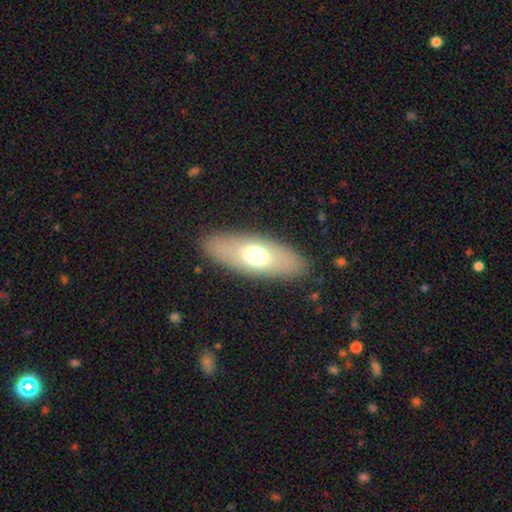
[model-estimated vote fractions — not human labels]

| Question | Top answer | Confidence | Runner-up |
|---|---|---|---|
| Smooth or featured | smooth | 62% | featured or disk (30%) |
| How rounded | in between | 78% | cigar-shaped (18%) |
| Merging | none | 86% | minor disturbance (9%) |